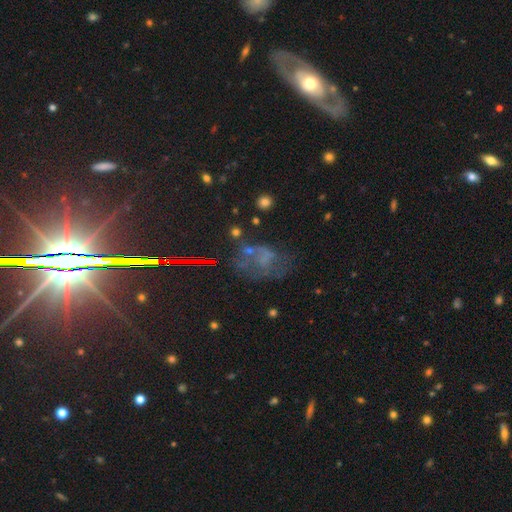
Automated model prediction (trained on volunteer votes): Smooth or featured? star or artifact (42%)